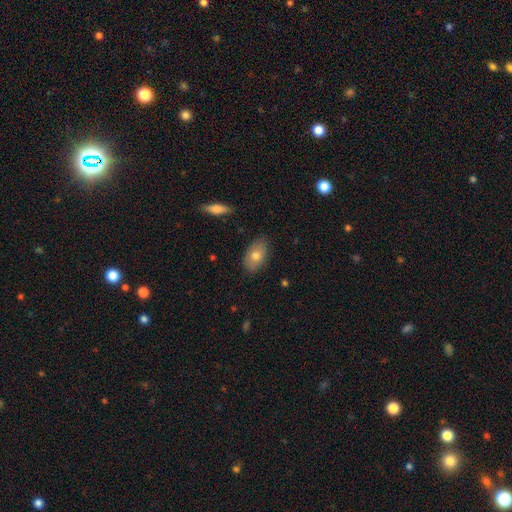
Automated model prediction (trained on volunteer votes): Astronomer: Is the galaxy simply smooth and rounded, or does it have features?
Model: smooth — 74%.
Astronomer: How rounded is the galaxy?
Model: in between — 90%.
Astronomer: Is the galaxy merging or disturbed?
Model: none — 81%.